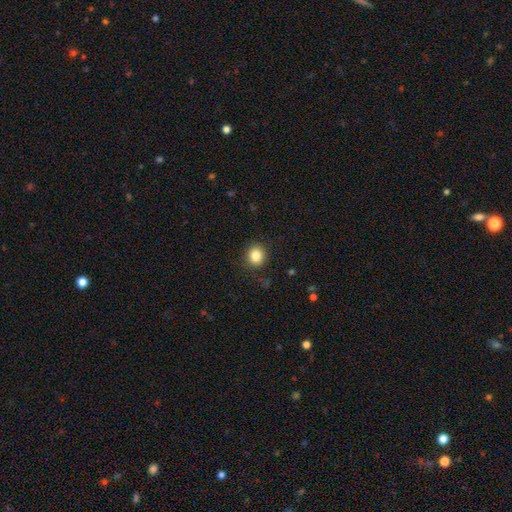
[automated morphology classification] Smooth or featured: smooth — 84% (star or artifact — 10%)
How rounded: round — 84% (in between — 15%)
Merging: none — 86% (minor disturbance — 10%)